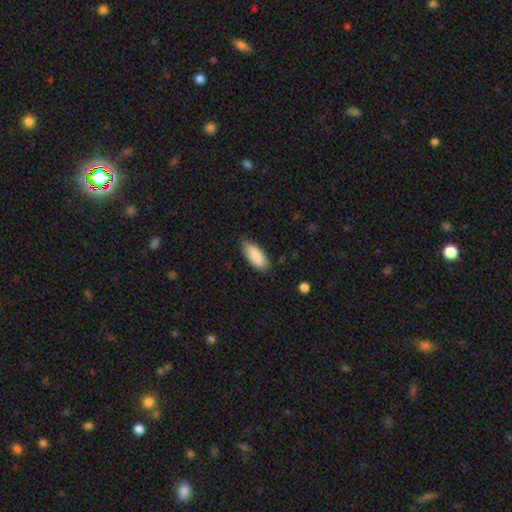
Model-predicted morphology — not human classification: This is clearly a smooth galaxy (89%). How rounded: clearly in between (81%). Merging: clearly none (83%).